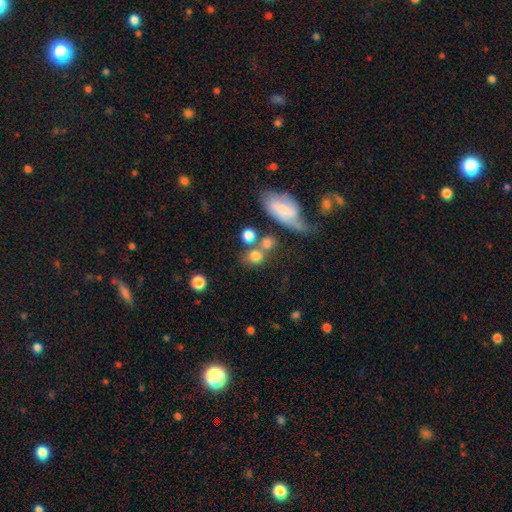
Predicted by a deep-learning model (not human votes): Q: Smooth or featured?
A: smooth (74%); runner-up: featured or disk (14%)
Q: How rounded?
A: round (70%); runner-up: in between (27%)
Q: Merging?
A: none (46%); runner-up: merger (32%)